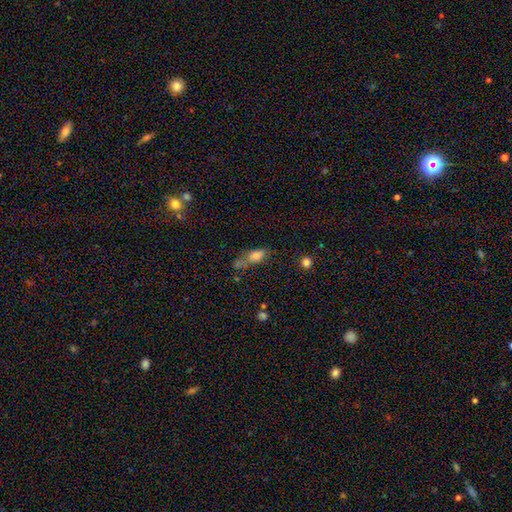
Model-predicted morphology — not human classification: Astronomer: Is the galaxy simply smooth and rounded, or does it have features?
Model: smooth — 71%.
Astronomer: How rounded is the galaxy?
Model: in between — 74%.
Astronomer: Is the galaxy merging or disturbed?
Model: none — 42% (runner-up: minor disturbance, 24%).